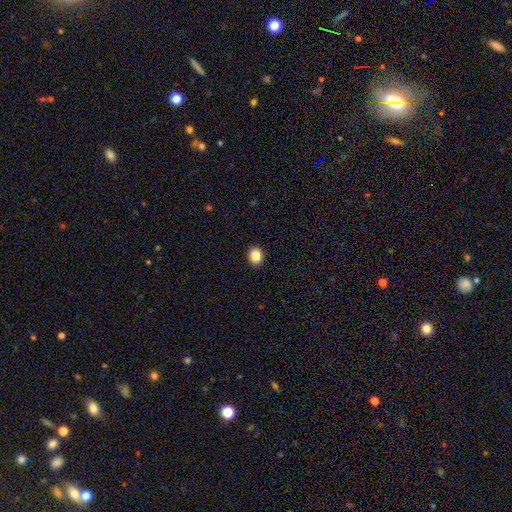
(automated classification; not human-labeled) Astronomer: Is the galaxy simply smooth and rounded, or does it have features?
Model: smooth — 81%.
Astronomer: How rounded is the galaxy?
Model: round — 74%.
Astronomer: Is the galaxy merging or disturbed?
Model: none — 86%.